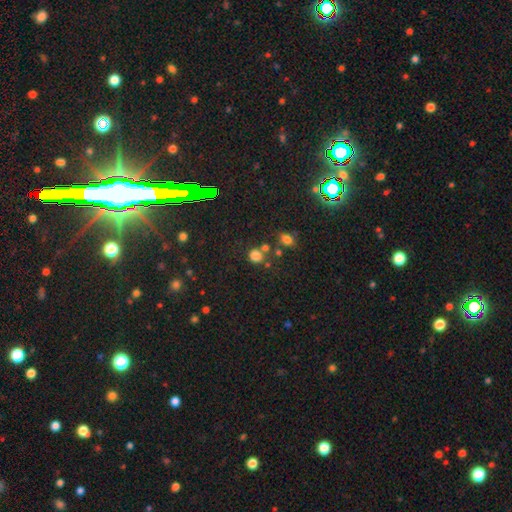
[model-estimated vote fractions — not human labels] Morphology: type=smooth (75%); roundness=round (82%); merging=none (64%).